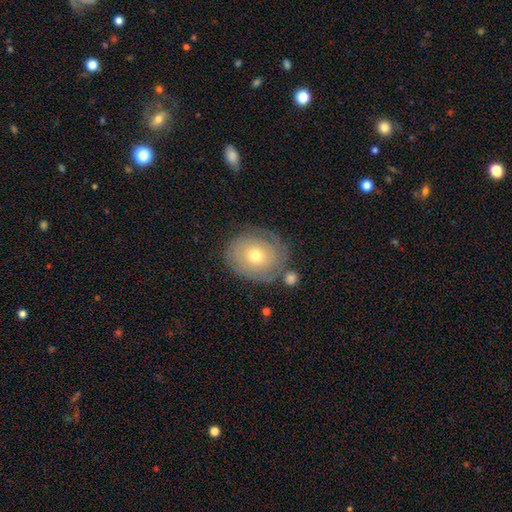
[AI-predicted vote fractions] Smooth or featured? featured or disk (46%)
Merging? none (73%)